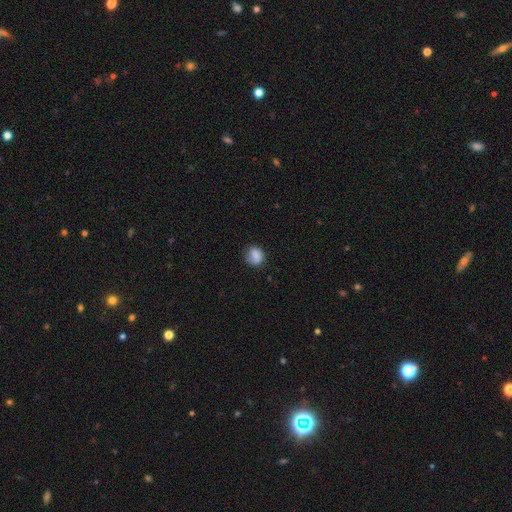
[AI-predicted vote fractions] Smooth or featured: smooth — 78% (featured or disk — 13%)
How rounded: round — 69% (in between — 30%)
Merging: none — 64% (minor disturbance — 24%)